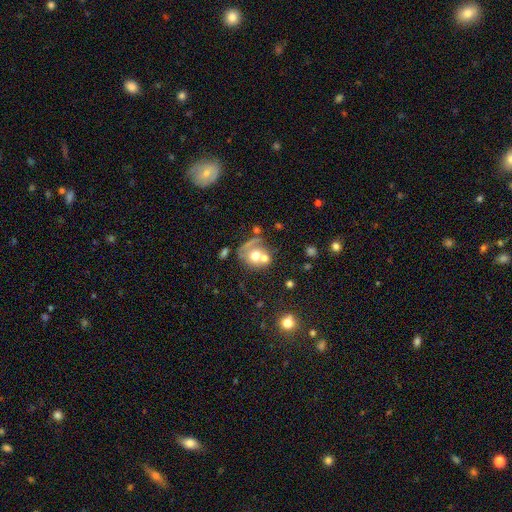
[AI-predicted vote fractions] Q: Smooth or featured?
A: smooth (57%); runner-up: featured or disk (33%)
Q: How rounded?
A: round (68%); runner-up: in between (31%)
Q: Merging?
A: merger (51%); runner-up: none (25%)